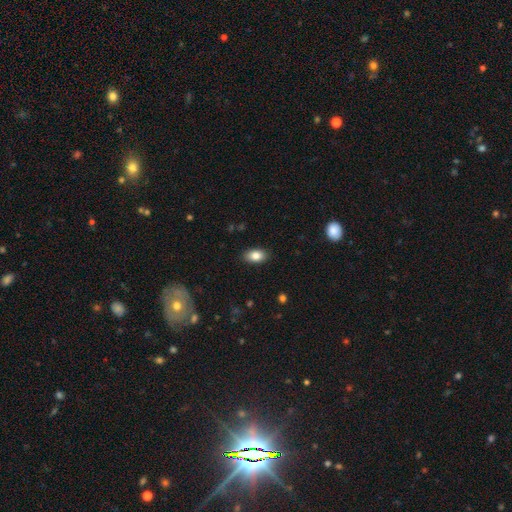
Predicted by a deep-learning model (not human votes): The model was most divided on "smooth or featured": smooth: 84%, featured or disk: 8%, star or artifact: 8%. More confident: how rounded — in between (91%); merging — none (88%).